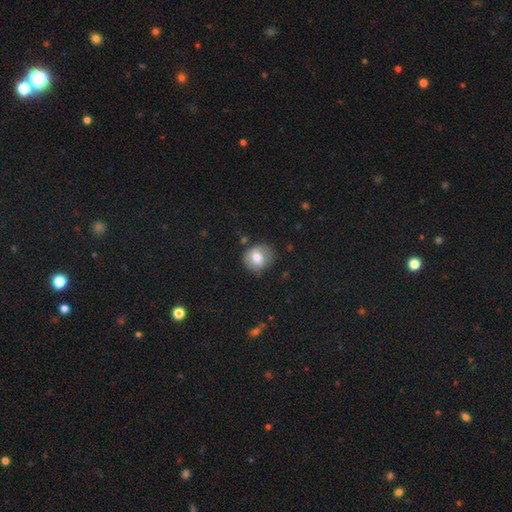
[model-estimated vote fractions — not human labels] Smooth or featured? smooth (69%)
How rounded? round (76%)
Merging? none (73%)